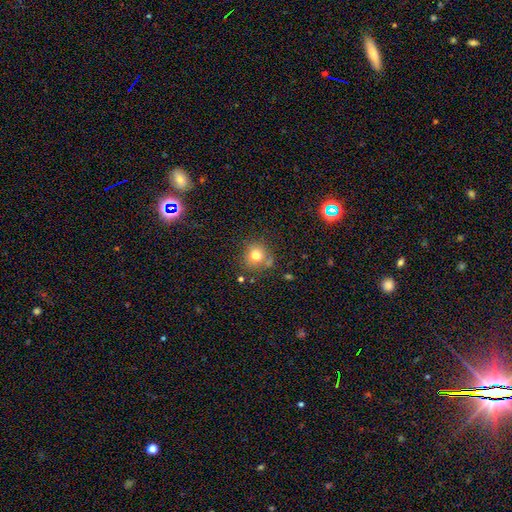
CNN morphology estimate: A smooth galaxy with no disk features (76%) that is round (88%).

Vote fractions:
- Smooth or featured? smooth: 76% / star or artifact: 14% / featured or disk: 10%
- How rounded? round: 88% / in between: 11% / cigar-shaped: 1%
- Merging? none: 73% / minor disturbance: 14% / merger: 9% / major disturbance: 5%